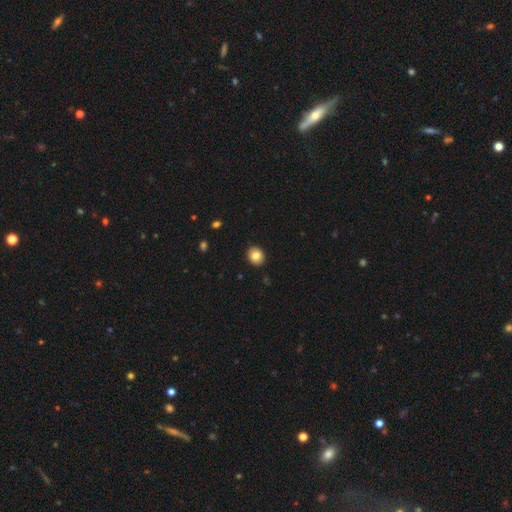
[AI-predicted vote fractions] This is clearly a smooth galaxy (84%). How rounded: likely round (68%). Merging: clearly none (91%).